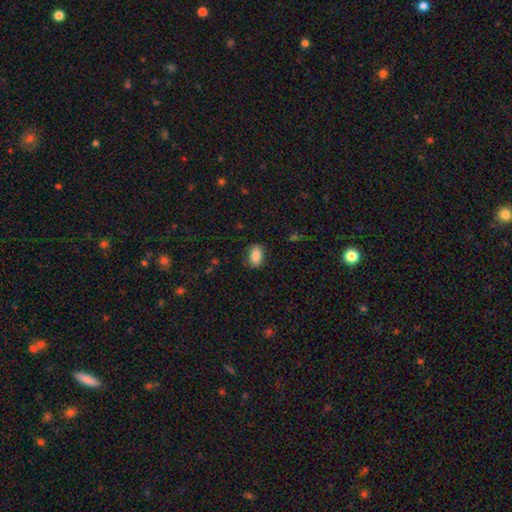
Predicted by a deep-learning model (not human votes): smooth-or-featured: smooth: 85% | star or artifact: 8% | featured or disk: 7%
  how-rounded: in between: 88% | round: 10% | cigar-shaped: 2%
  merging: none: 84% | minor disturbance: 12% | major disturbance: 3% | merger: 1%